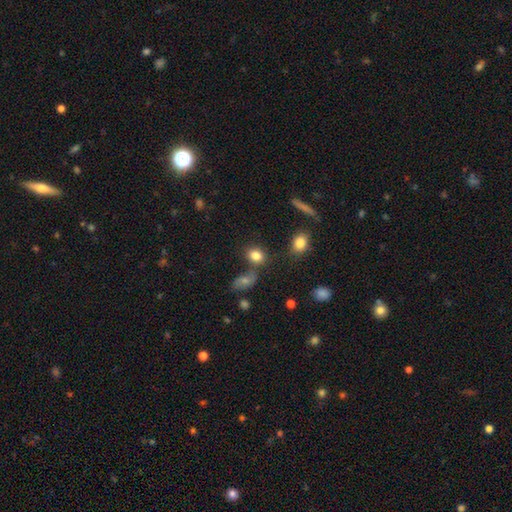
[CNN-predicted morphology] This is clearly a smooth galaxy (82%). How rounded: possibly in between (53%). Merging: likely none (65%).